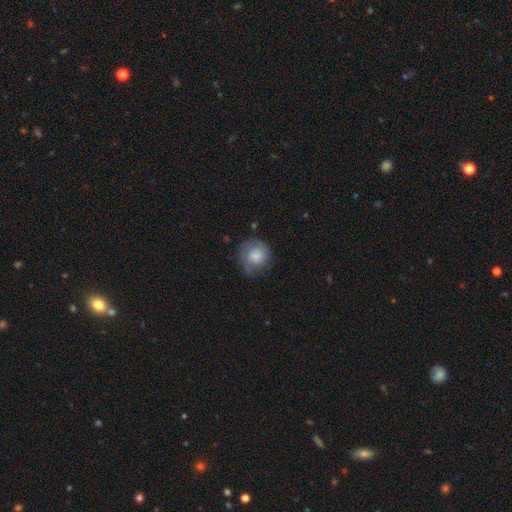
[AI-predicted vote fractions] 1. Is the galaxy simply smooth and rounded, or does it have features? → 65% smooth, 27% featured or disk, 8% star or artifact.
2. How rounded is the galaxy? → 86% round, 13% in between, 1% cigar-shaped.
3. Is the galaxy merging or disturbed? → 61% none, 26% minor disturbance, 11% major disturbance, 2% merger.